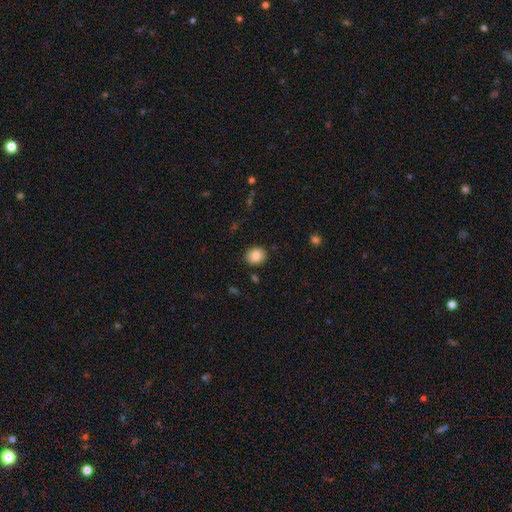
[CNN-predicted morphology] smooth 85%, star or artifact 8%, featured or disk 6%. Down the decision tree: how rounded — round (62%); merging — none (89%).